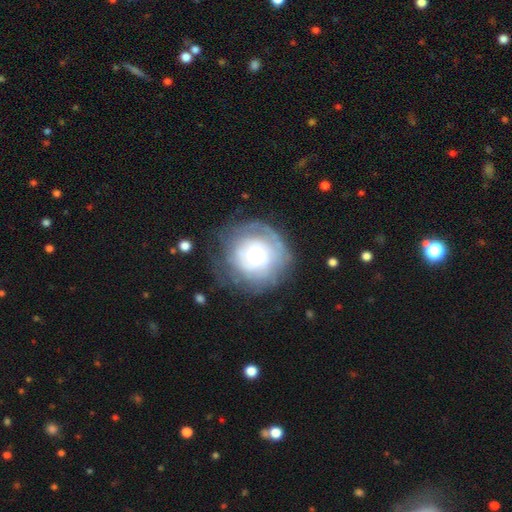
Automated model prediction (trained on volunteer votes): Smooth or featured?
  - featured or disk: 62% *
  - smooth: 31%
  - star or artifact: 7%
Edge-on disk?
  - no: 97% *
  - yes: 3%
Bar?
  - no: 81% *
  - weak: 16%
  - strong: 3%
Spiral arms?
  - yes: 73% *
  - no: 27%
Bulge size?
  - moderate: 54% *
  - large: 22%
  - small: 21%
  - dominant: 3%
  - none: 2%
Merging?
  - none: 65% *
  - minor disturbance: 20%
  - major disturbance: 14%
  - merger: 2%